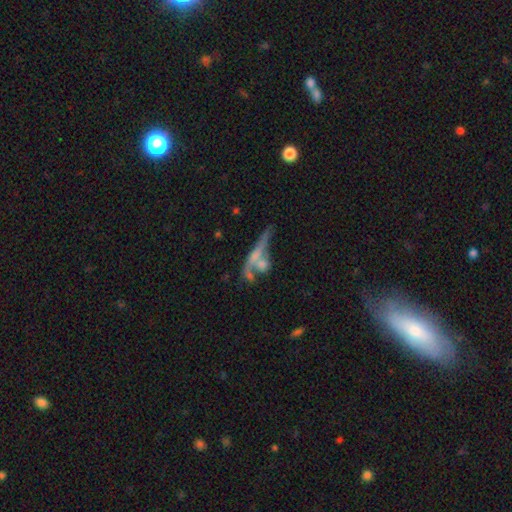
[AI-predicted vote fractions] The model was most divided on "merging": merger: 43%, none: 31%, major disturbance: 13%, minor disturbance: 13%. More confident: edge-on disk — yes (56%); smooth or featured — featured or disk (51%).